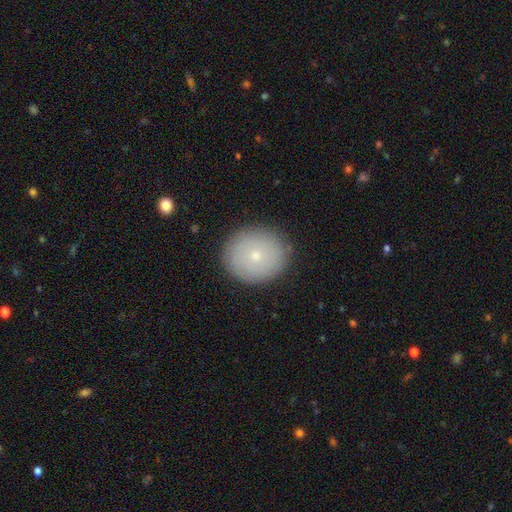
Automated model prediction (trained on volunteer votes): smooth_or_featured: smooth (p=0.69) [alt: featured or disk p=0.23]
how_rounded: round (p=0.75) [alt: in between p=0.25]
merging: none (p=0.88) [alt: minor disturbance p=0.09]